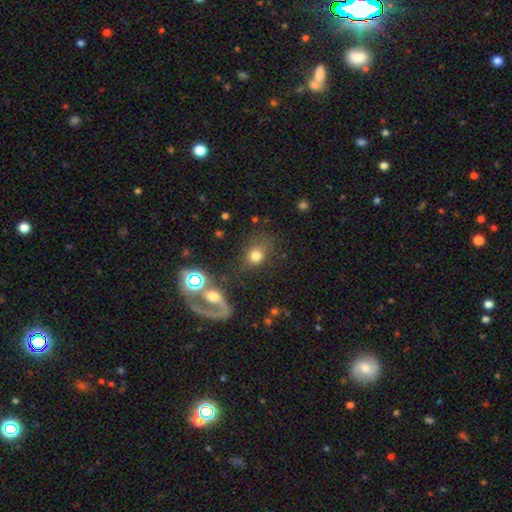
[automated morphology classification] The model was most divided on "how rounded": round: 67%, in between: 31%, cigar-shaped: 2%. More confident: smooth or featured — smooth (72%); merging — none (59%).